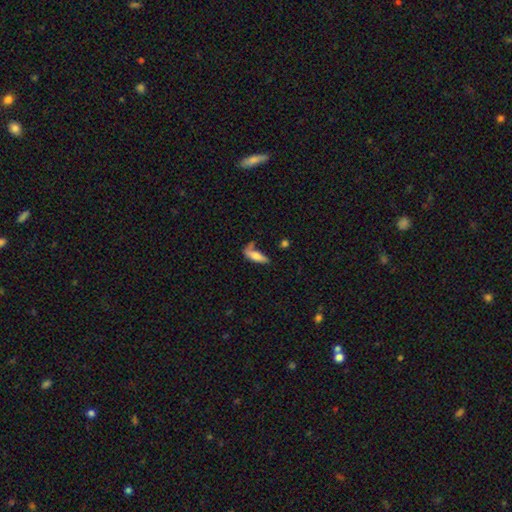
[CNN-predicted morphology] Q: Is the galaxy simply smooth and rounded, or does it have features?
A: smooth — 69%.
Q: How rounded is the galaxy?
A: in between — 49%.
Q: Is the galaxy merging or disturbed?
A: none — 41%.